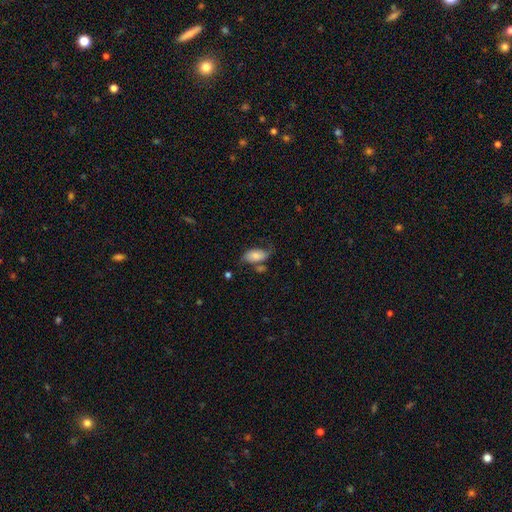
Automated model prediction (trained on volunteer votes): This is likely a smooth galaxy (60%). How rounded: clearly in between (91%). Merging: marginally none (44%).